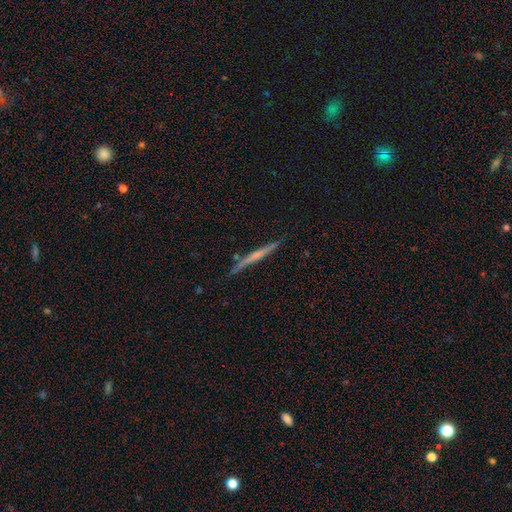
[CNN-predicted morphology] The model was most divided on "smooth or featured": featured or disk: 59%, smooth: 35%, star or artifact: 6%. More confident: edge-on disk — yes (98%); merging — none (88%); edge-on bulge — none (63%).